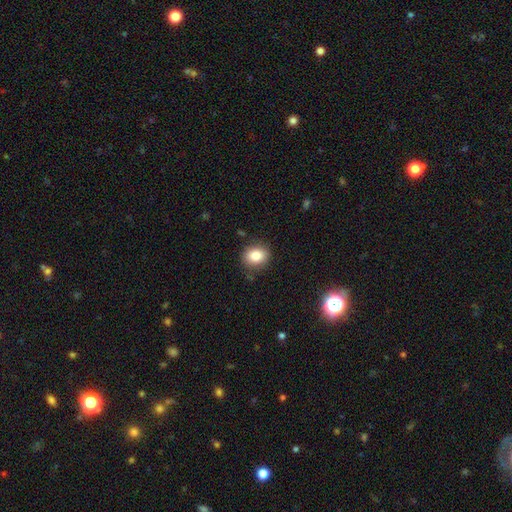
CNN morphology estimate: smooth_or_featured: smooth (p=0.82) [alt: star or artifact p=0.10]
how_rounded: round (p=0.60) [alt: in between p=0.39]
merging: none (p=0.84) [alt: minor disturbance p=0.11]